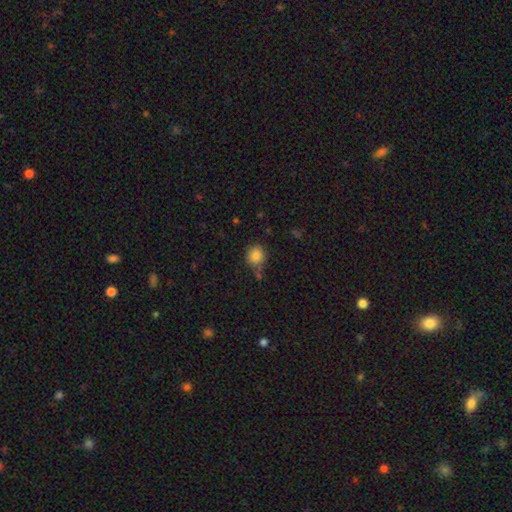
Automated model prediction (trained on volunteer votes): This appears to be a smooth galaxy with no disk features (83%) that is round (85%). Merging: none (71%).